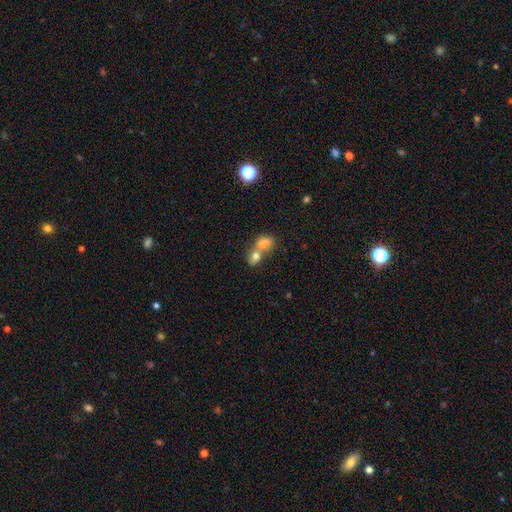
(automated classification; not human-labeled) Smooth or featured: smooth — 63% (star or artifact — 21%)
How rounded: round — 56% (in between — 40%)
Merging: merger — 53% (none — 36%)